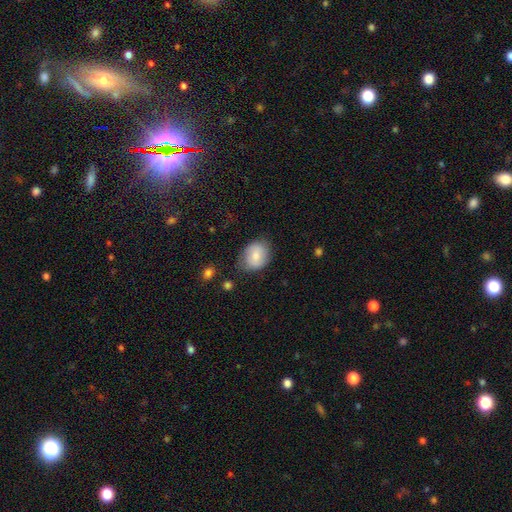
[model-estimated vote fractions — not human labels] smooth_or_featured: smooth (p=0.76) [alt: featured or disk p=0.17]
how_rounded: in between (p=0.56) [alt: round p=0.43]
merging: none (p=0.70) [alt: minor disturbance p=0.23]